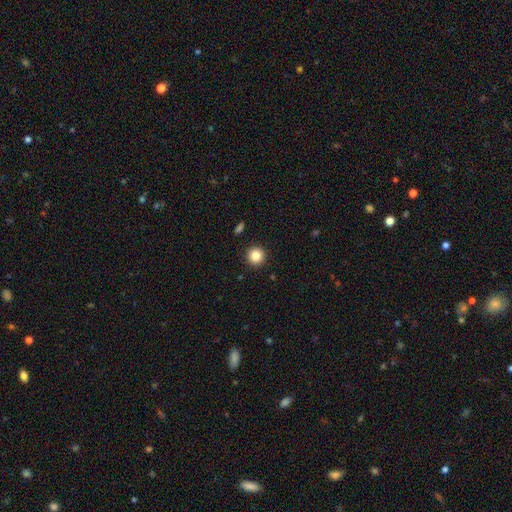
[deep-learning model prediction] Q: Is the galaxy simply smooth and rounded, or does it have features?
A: smooth — 85%.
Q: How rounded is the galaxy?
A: round — 95%.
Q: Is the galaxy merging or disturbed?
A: none — 92%.